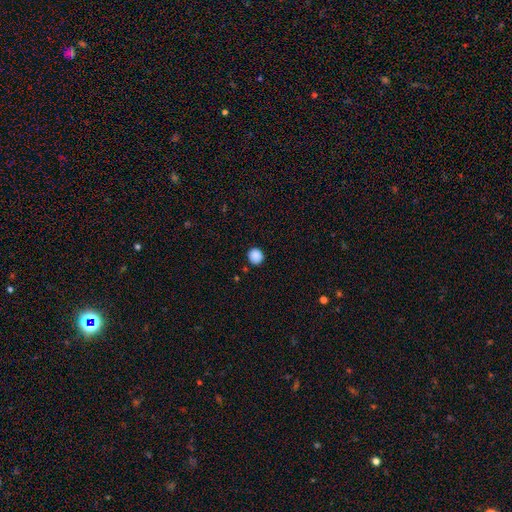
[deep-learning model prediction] Smooth or featured? smooth (88%)
How rounded? round (90%)
Merging? none (90%)